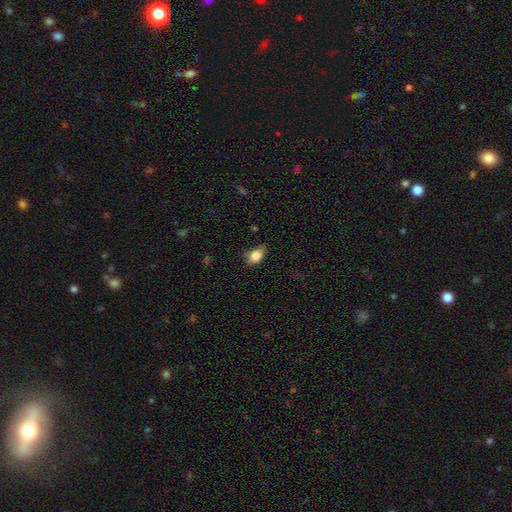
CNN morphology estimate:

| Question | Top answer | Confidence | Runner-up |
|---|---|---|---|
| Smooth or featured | smooth | 83% | featured or disk (8%) |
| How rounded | in between | 81% | round (16%) |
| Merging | none | 66% | minor disturbance (27%) |